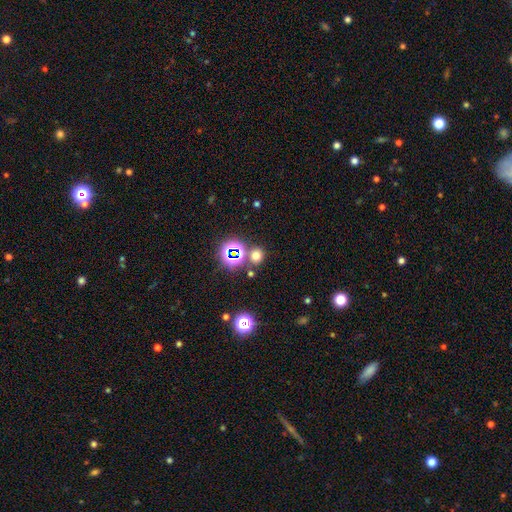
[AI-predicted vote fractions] A smooth galaxy with no disk features (62%) that is round (80%).

Vote fractions:
- Smooth or featured? smooth: 62% / star or artifact: 31% / featured or disk: 7%
- How rounded? round: 80% / in between: 19% / cigar-shaped: 1%
- Merging? none: 76% / merger: 13% / minor disturbance: 8% / major disturbance: 3%